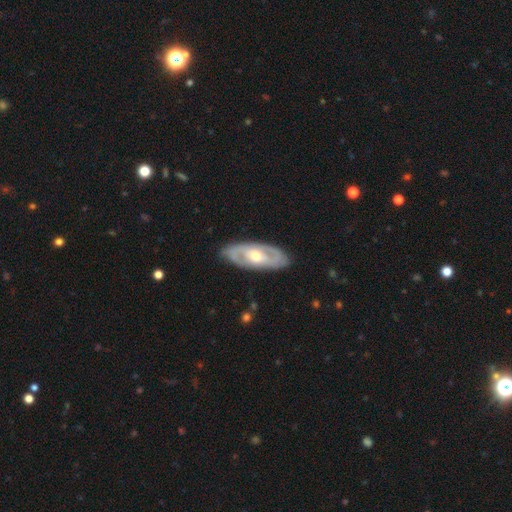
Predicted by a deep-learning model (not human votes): A featured or disk galaxy (75%) with no bar (56%), spiral arms (69%) and a moderate central bulge (71%).

Vote fractions:
- Smooth or featured? featured or disk: 75% / smooth: 21% / star or artifact: 4%
- Edge-on disk? no: 86% / yes: 14%
- Bar? no: 56% / weak: 32% / strong: 12%
- Spiral arms? yes: 69% / no: 31%
- Bulge size? moderate: 71% / small: 19% / large: 7% / none: 1% / dominant: 1%
- Merging? none: 85% / minor disturbance: 11% / major disturbance: 3% / merger: 1%